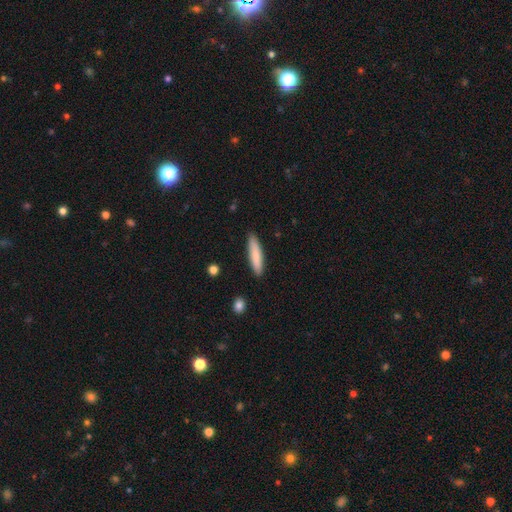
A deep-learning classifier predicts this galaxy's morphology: This is clearly a smooth galaxy (82%). How rounded: clearly cigar-shaped (81%). Merging: clearly none (89%).